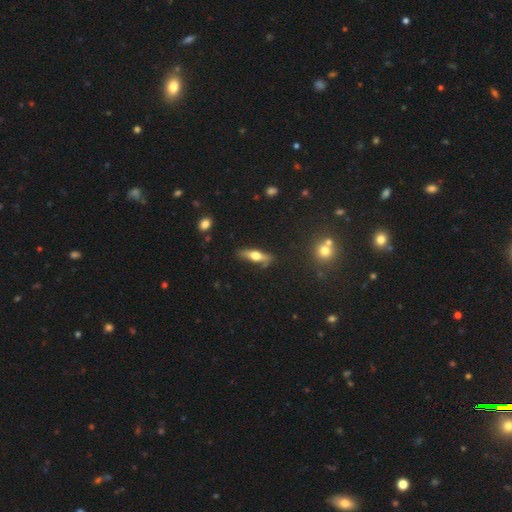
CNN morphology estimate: smooth-or-featured: featured or disk: 51% | smooth: 42% | star or artifact: 7%
  disk-edge-on: yes: 89% | no: 11%
  merging: none: 79% | minor disturbance: 15% | major disturbance: 4% | merger: 2%